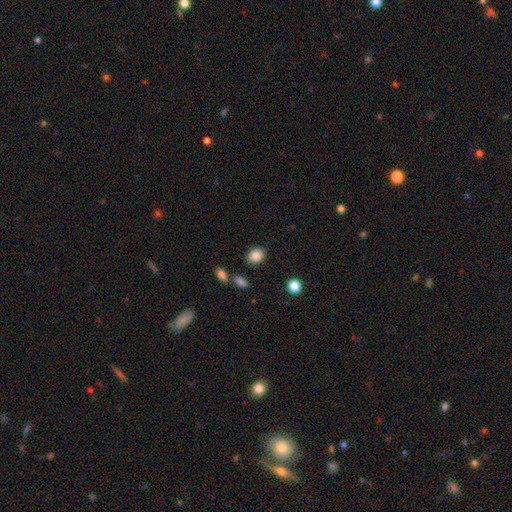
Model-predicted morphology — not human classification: Smooth or featured? Predicted: smooth (p=0.87). How rounded? Predicted: in between (p=0.56). Merging? Predicted: none (p=0.82).